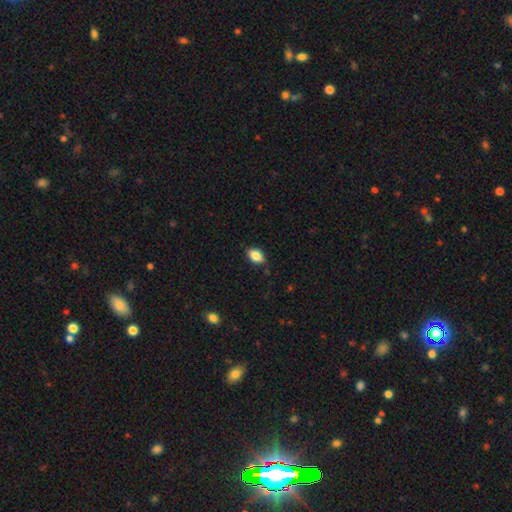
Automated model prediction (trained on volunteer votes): Overall: smooth (86%). How rounded: in between (87%). Merging: none (85%).